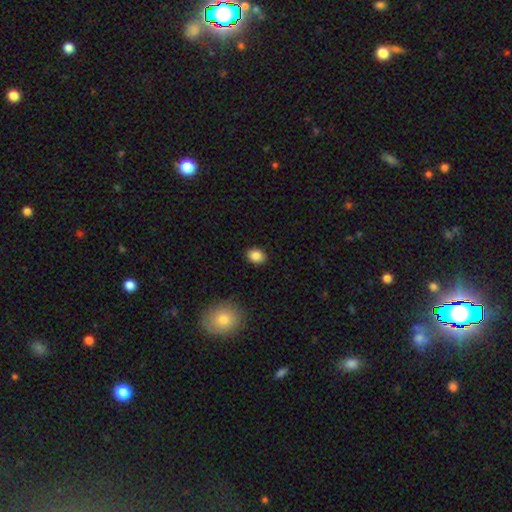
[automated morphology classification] type=smooth (86%); roundness=in between (68%); merging=none (89%).